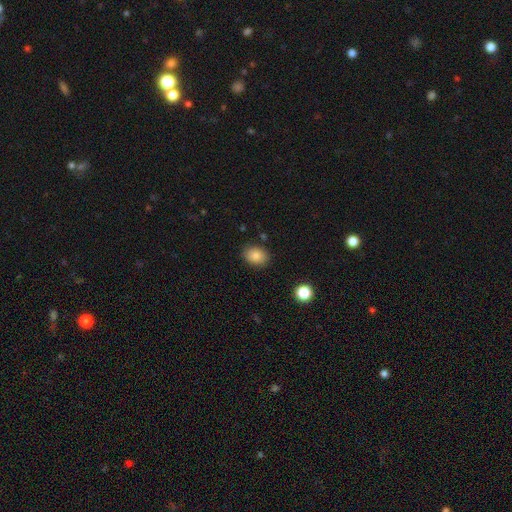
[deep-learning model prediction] Morphology: type=smooth (85%); roundness=in between (65%); merging=none (86%).